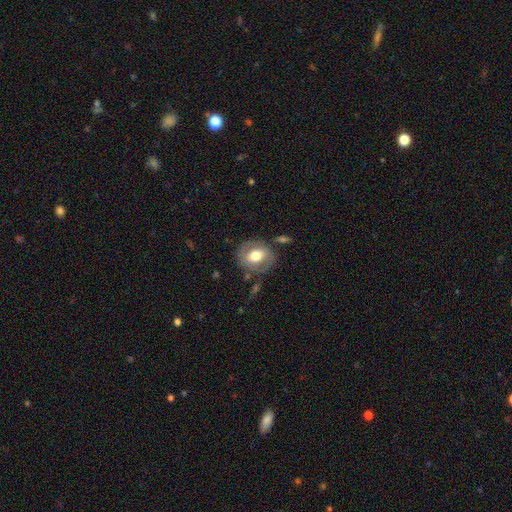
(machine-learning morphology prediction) type=smooth (57%); roundness=round (60%); merging=none (73%).